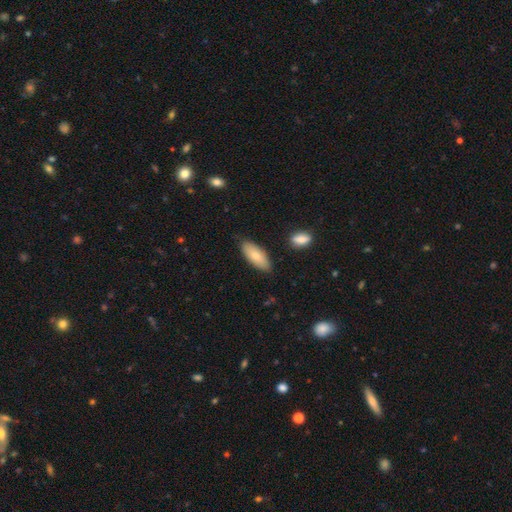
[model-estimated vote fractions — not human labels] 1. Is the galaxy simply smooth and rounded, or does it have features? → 81% smooth, 13% featured or disk, 6% star or artifact.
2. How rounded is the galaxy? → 81% in between, 17% cigar-shaped, 2% round.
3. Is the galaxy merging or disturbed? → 83% none, 12% minor disturbance, 2% merger, 2% major disturbance.